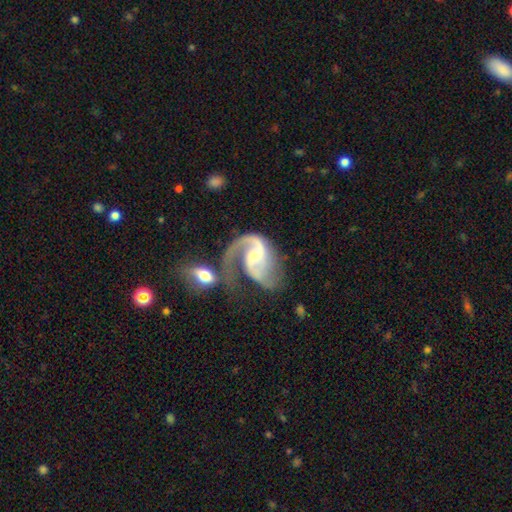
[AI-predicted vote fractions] Smooth or featured? featured or disk (90%)
Edge-on disk? no (98%)
Bar? no (49%)
Spiral arms? yes (96%)
Spiral winding? medium (47%)
Spiral arm count? 2 (72%)
Bulge size? small (58%)
Merging? merger (29%, tied with major disturbance)